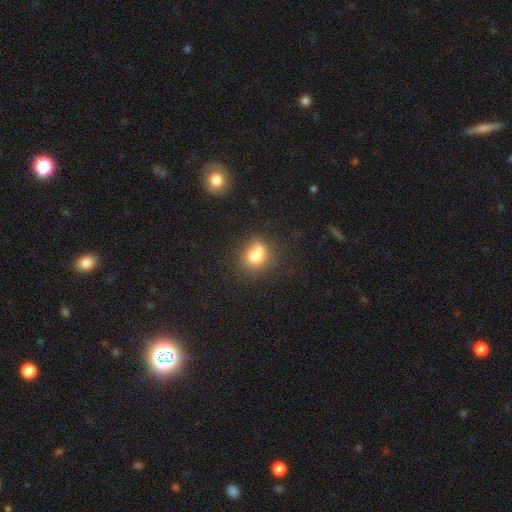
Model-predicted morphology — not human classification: Q: Smooth or featured?
A: smooth (74%); runner-up: featured or disk (15%)
Q: How rounded?
A: round (73%); runner-up: in between (26%)
Q: Merging?
A: none (49%); runner-up: merger (28%)